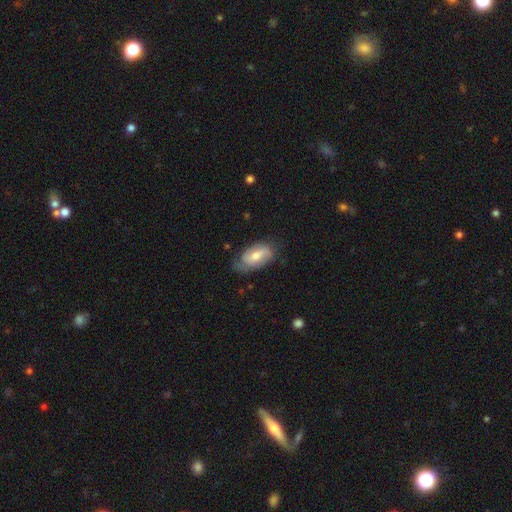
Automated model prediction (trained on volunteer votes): This is possibly a featured or disk galaxy (53%). It is clearly not viewed edge-on (93%). Merging: likely none (64%).